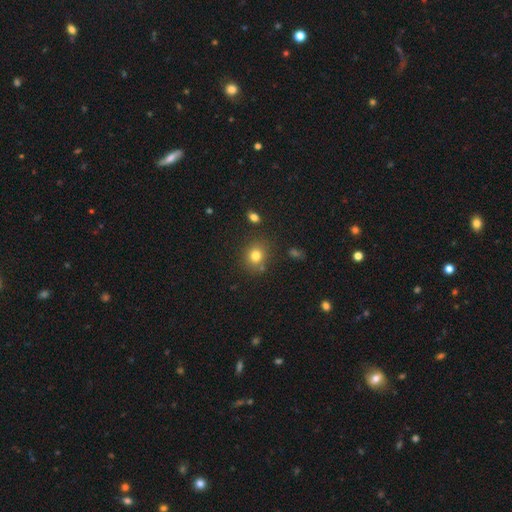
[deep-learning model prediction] The model was most divided on "how rounded": round: 75%, in between: 24%, cigar-shaped: 1%. More confident: merging — none (79%); smooth or featured — smooth (78%).